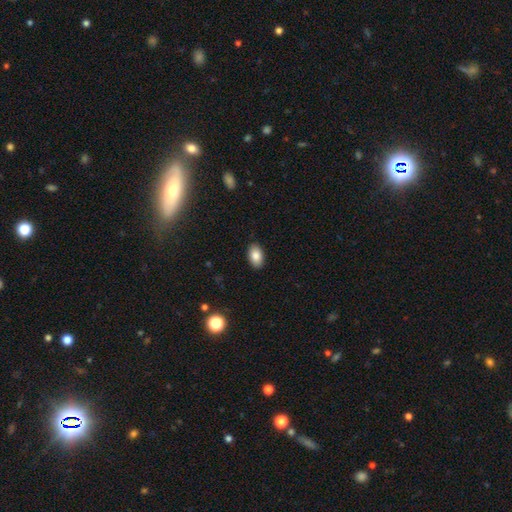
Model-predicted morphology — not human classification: This is clearly a smooth galaxy (86%). How rounded: clearly in between (91%). Merging: clearly none (89%).